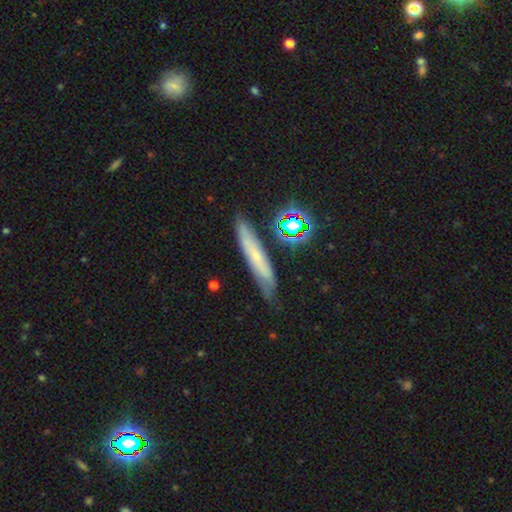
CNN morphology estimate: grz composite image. It shows a smooth galaxy with no disk features (45%). Merging: none (73%).